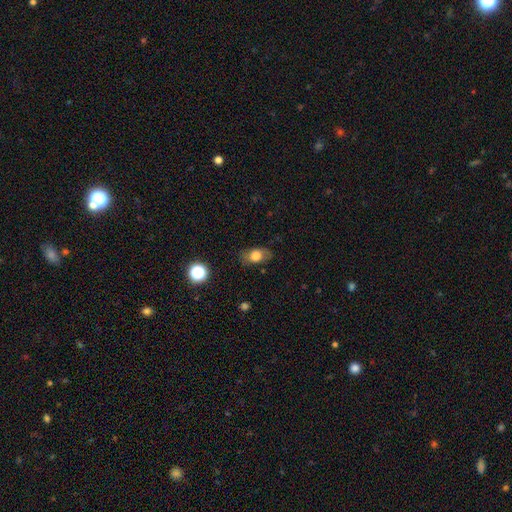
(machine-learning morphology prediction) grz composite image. It shows a smooth galaxy with no disk features (75%) that is in between round and cigar-shaped (80%). Merging: none (77%).